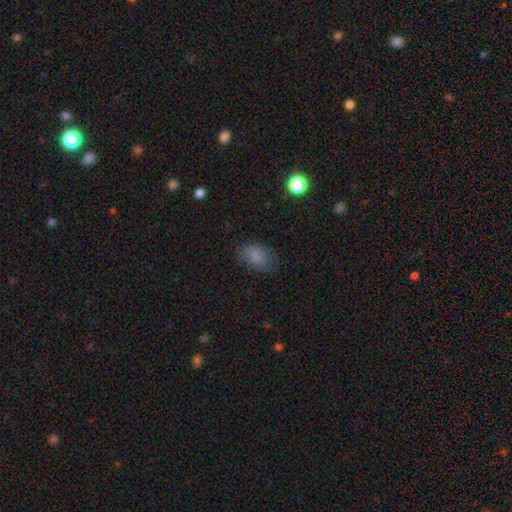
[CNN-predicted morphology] The model was most divided on "merging": none: 71%, minor disturbance: 20%, major disturbance: 7%, merger: 1%. More confident: how rounded — in between (86%); smooth or featured — smooth (81%).